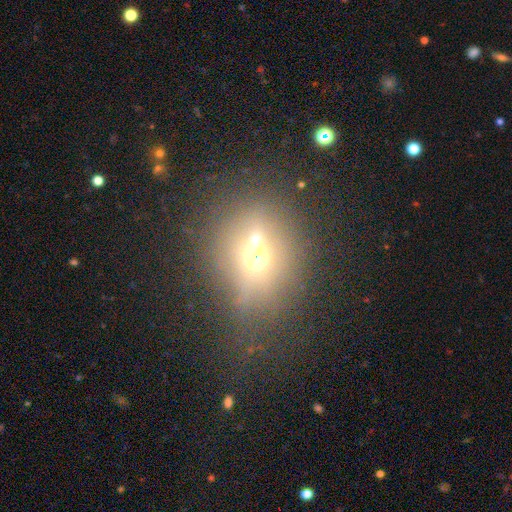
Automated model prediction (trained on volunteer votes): smooth_or_featured: featured or disk (p=0.39) [alt: smooth p=0.38]
merging: none (p=0.59) [alt: minor disturbance p=0.16]